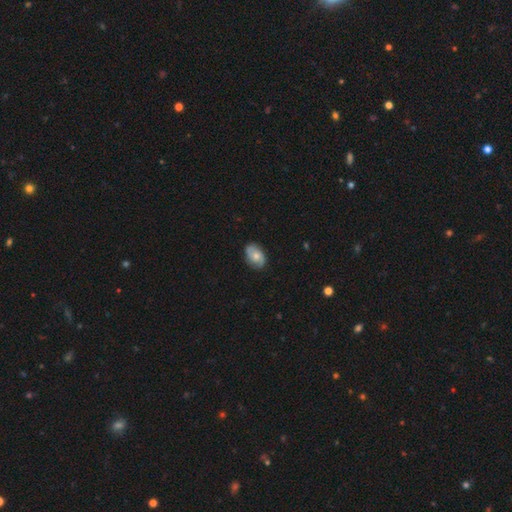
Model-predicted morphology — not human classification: Overall: smooth (50%; featured or disk 43%). Merging: none (77%).